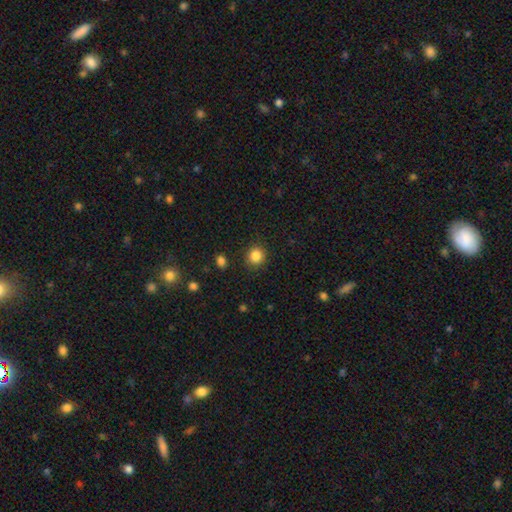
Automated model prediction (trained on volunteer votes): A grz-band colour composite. It shows a smooth galaxy with no disk features (85%) that is round (88%). Merging: none (90%).